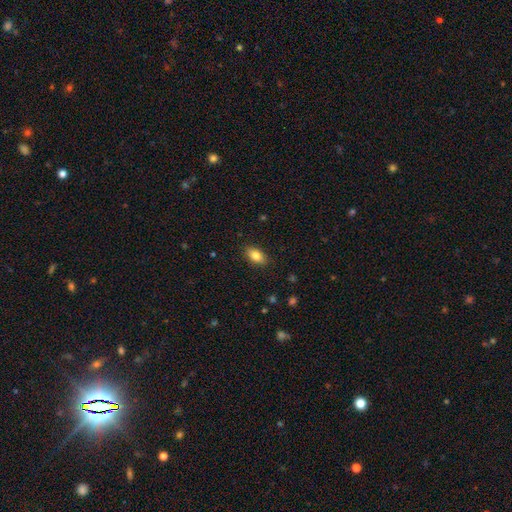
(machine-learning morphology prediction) Q: Smooth or featured?
A: smooth (83%); runner-up: featured or disk (9%)
Q: How rounded?
A: in between (89%); runner-up: round (7%)
Q: Merging?
A: none (87%); runner-up: minor disturbance (10%)